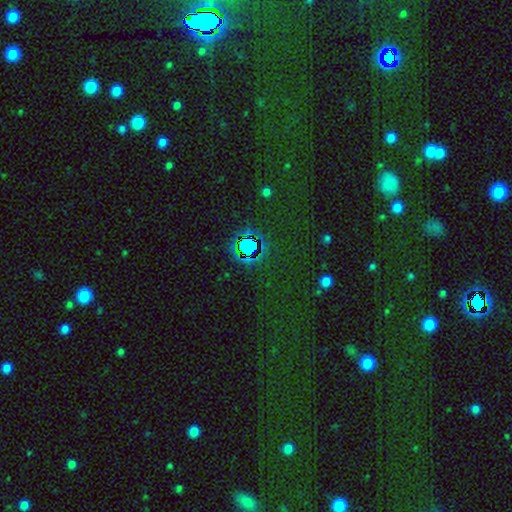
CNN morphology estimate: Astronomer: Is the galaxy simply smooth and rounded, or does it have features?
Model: star or artifact — 78%.